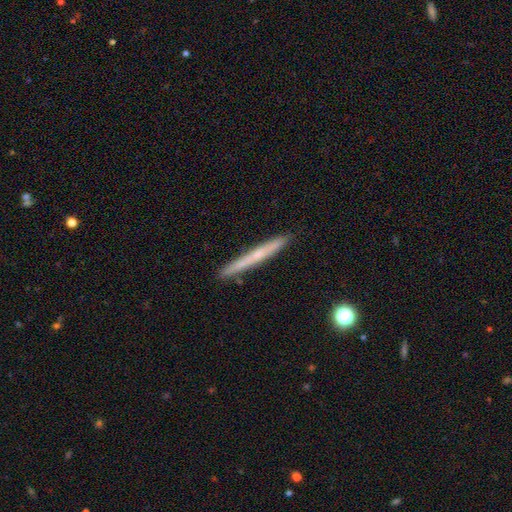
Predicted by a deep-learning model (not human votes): Overall: featured or disk (49%; smooth 44%). Merging: none (91%).